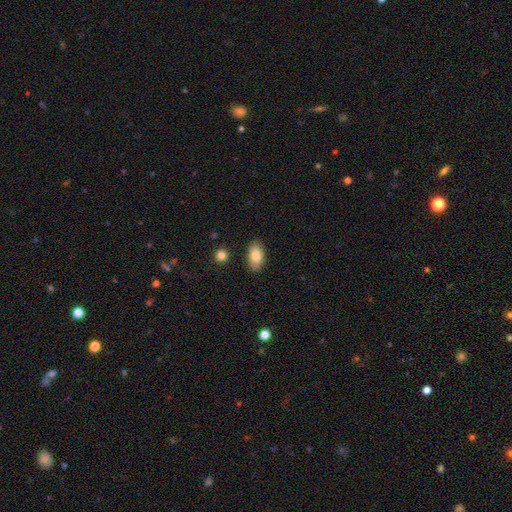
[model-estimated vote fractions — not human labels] Smooth or featured?
  - smooth: 81% *
  - featured or disk: 12%
  - star or artifact: 7%
How rounded?
  - in between: 93% *
  - round: 4%
  - cigar-shaped: 3%
Merging?
  - none: 87% *
  - minor disturbance: 9%
  - major disturbance: 2%
  - merger: 2%